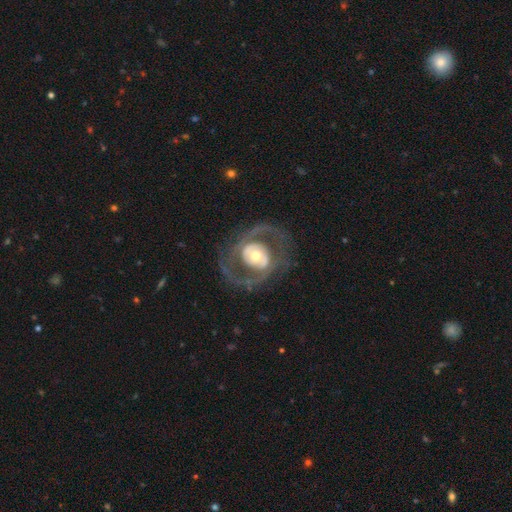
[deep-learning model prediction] This is clearly a featured or disk galaxy (83%). It is clearly not viewed edge-on (97%). Bar: possibly no (59%). Spiral arm pattern: likely yes (77%). Spiral arm count: clearly 2 (83%). Spiral winding: possibly medium (50%). Central bulge: likely moderate (64%). Merging: likely none (70%).